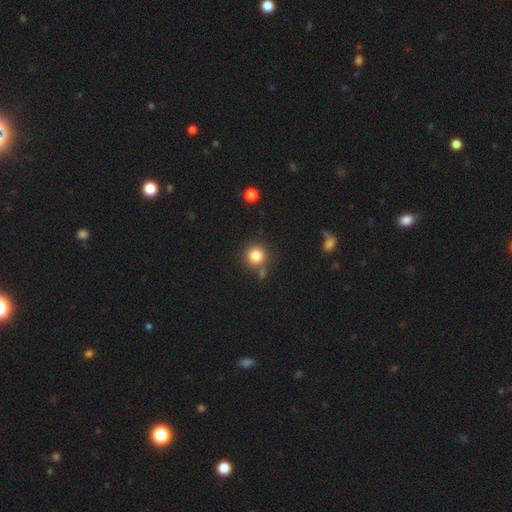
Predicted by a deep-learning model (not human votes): Smooth or featured? Predicted: smooth (p=0.83). How rounded? Predicted: round (p=0.93). Merging? Predicted: none (p=0.76).